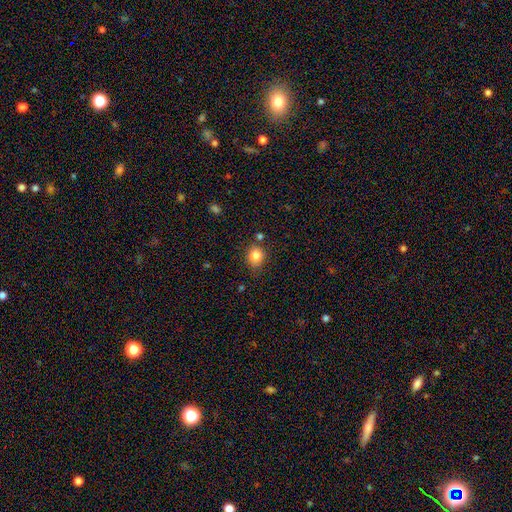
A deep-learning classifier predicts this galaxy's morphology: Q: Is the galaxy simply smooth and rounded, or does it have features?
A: smooth — 82%.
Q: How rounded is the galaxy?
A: round — 61%.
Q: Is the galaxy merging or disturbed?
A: none — 74%.